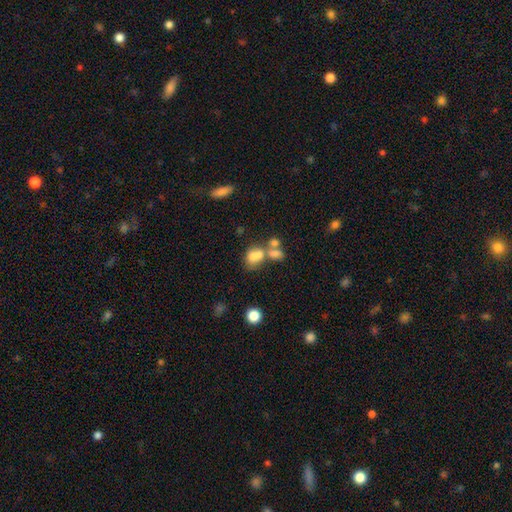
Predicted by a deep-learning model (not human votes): smooth-or-featured: smooth: 67% | featured or disk: 20% | star or artifact: 13%
  how-rounded: in between: 62% | round: 36% | cigar-shaped: 2%
  merging: merger: 57% | none: 25% | minor disturbance: 10% | major disturbance: 8%